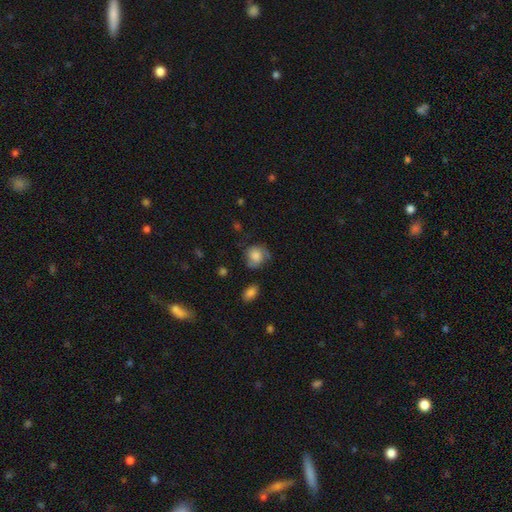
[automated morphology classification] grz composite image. It shows a smooth galaxy with no disk features (69%) that is round (72%). Merging: none (54%).